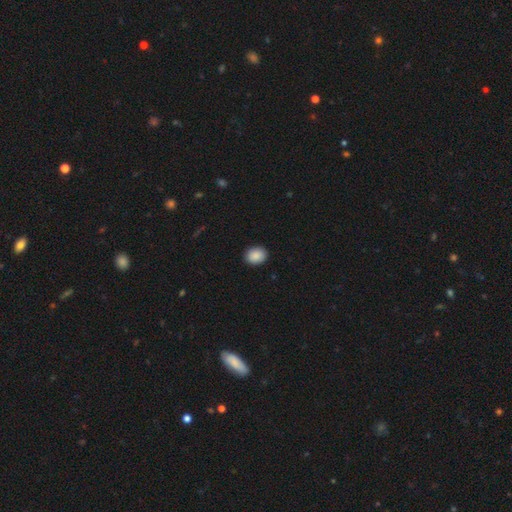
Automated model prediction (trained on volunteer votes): Smooth or featured: smooth — 90% (star or artifact — 8%)
How rounded: in between — 50% (round — 49%)
Merging: none — 91% (minor disturbance — 7%)